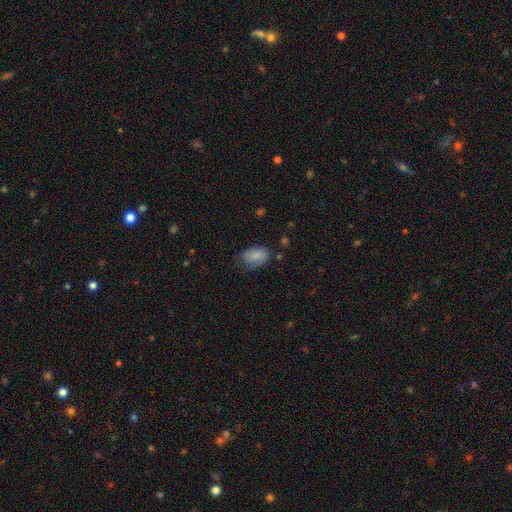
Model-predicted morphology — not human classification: This appears to be a smooth galaxy with no disk features (81%) that is in between round and cigar-shaped (90%). Merging: none (58%).